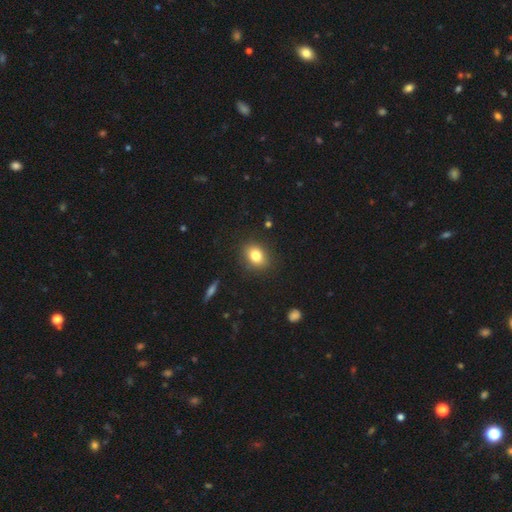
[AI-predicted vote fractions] Smooth or featured?
  - smooth: 81% *
  - star or artifact: 10%
  - featured or disk: 9%
How rounded?
  - in between: 58% *
  - round: 40%
  - cigar-shaped: 1%
Merging?
  - none: 86% *
  - minor disturbance: 10%
  - major disturbance: 3%
  - merger: 1%